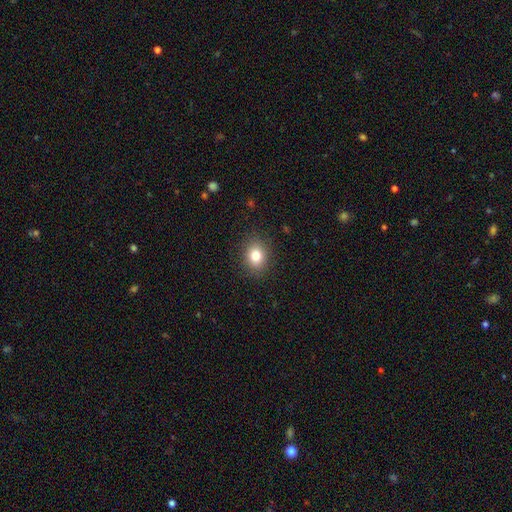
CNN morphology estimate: The model was most divided on "how rounded": round: 54%, in between: 45%, cigar-shaped: 1%. More confident: merging — none (88%); smooth or featured — smooth (80%).